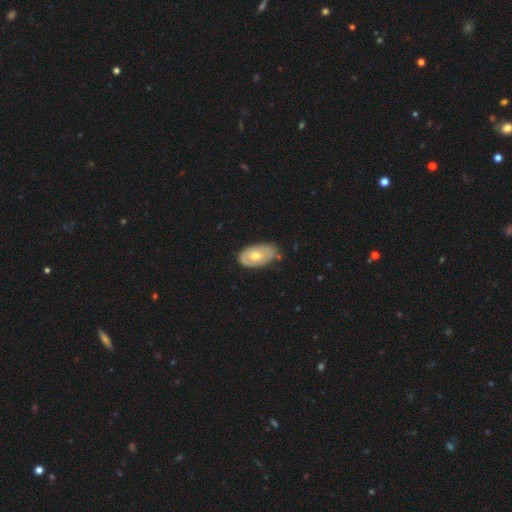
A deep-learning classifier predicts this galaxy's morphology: smooth_or_featured: featured or disk (p=0.49) [alt: smooth p=0.46]
merging: none (p=0.69) [alt: minor disturbance p=0.23]